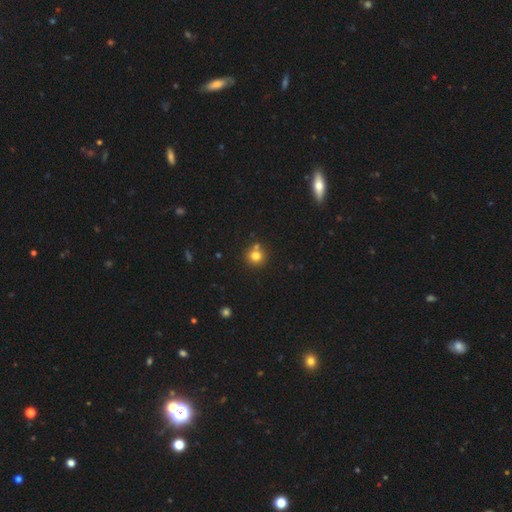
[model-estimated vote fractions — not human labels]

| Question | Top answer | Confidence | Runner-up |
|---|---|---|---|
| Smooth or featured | smooth | 78% | star or artifact (13%) |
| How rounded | round | 89% | in between (10%) |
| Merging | none | 68% | merger (20%) |